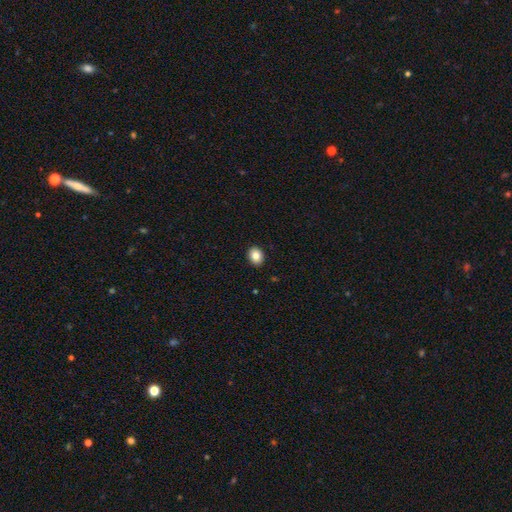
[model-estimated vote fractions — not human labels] Morphology: type=smooth (84%); roundness=round (57%); merging=none (92%).